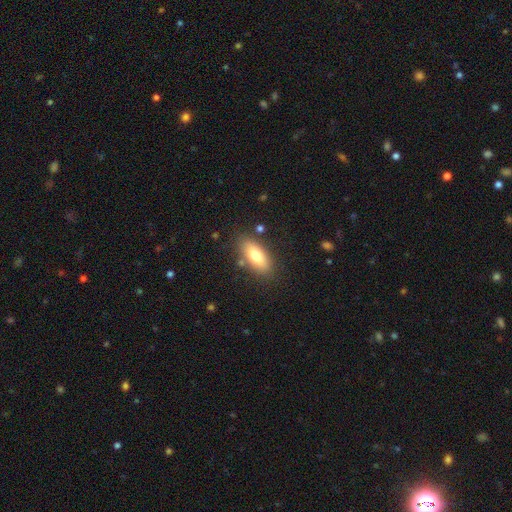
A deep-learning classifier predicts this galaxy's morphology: type=smooth (76%); roundness=in between (85%); merging=none (81%).